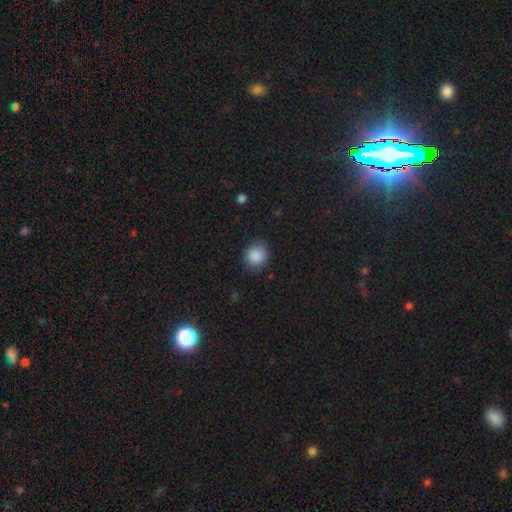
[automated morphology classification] The model was most divided on "merging": none: 79%, minor disturbance: 16%, major disturbance: 4%, merger: 1%. More confident: smooth or featured — smooth (87%); how rounded — round (85%).